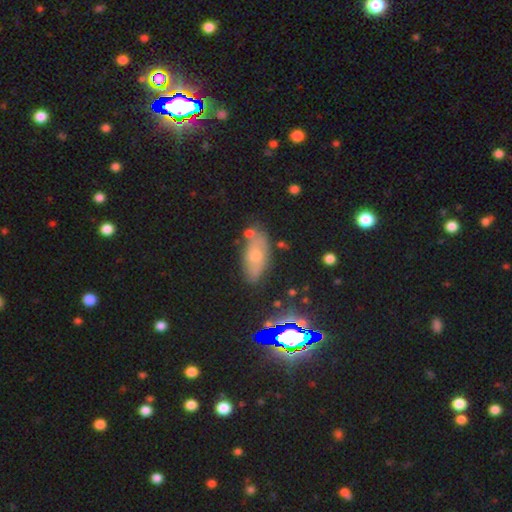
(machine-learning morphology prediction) The model was most divided on "smooth or featured": smooth: 54%, featured or disk: 28%, star or artifact: 18%. More confident: how rounded — in between (83%); merging — none (67%).